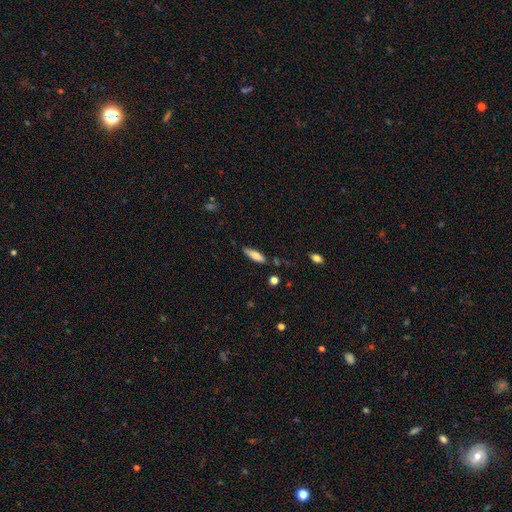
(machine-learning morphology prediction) This is likely a smooth galaxy (70%). How rounded: possibly cigar-shaped (57%). Merging: likely none (77%).